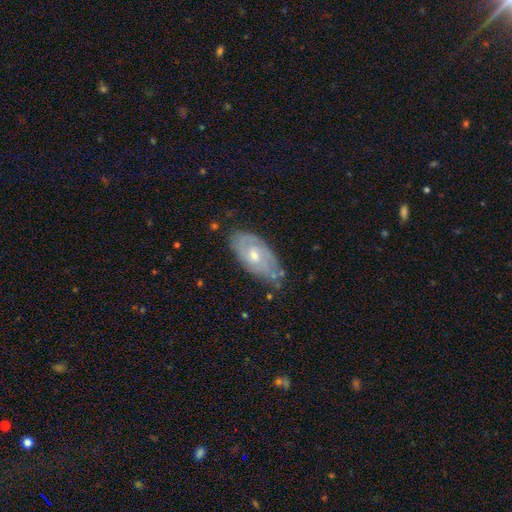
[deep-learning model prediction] Overall: featured or disk (66%). Edge-on disk: no (86%). Bar: no (77%). Spiral arms: yes (70%). Bulge size: moderate (61%; small 35%). Merging: none (70%).